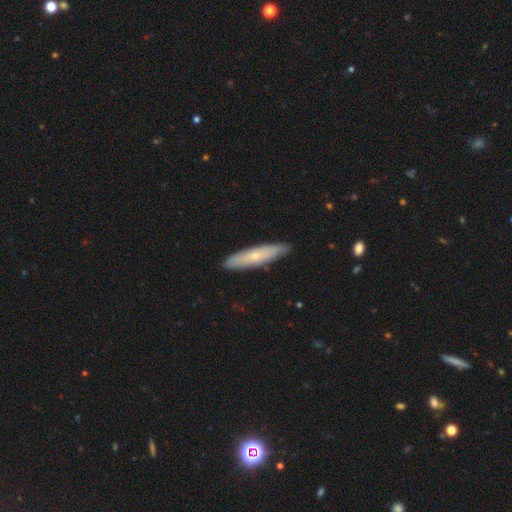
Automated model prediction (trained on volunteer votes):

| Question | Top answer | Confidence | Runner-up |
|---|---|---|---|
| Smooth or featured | smooth | 53% | featured or disk (41%) |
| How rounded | cigar-shaped | 81% | in between (18%) |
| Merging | none | 87% | minor disturbance (10%) |